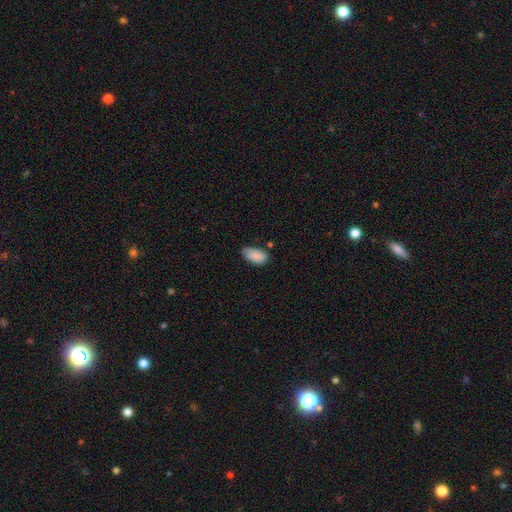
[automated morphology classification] smooth 87%, star or artifact 8%, featured or disk 6%. Down the decision tree: how rounded — in between (93%); merging — none (53%).